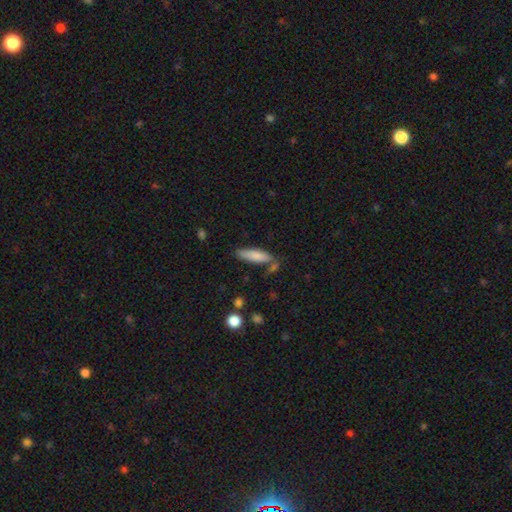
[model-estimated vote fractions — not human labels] Smooth or featured? smooth (81%)
How rounded? cigar-shaped (62%)
Merging? none (69%)